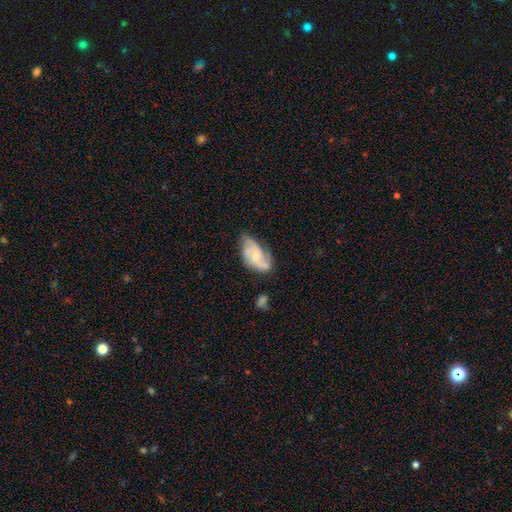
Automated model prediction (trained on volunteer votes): Morphology: type=featured or disk (73%); edge-on=no (96%); bar=no (67%); spiral arms=yes (93%); winding=medium (47%); arm count=2 (43%); bulge=small (56%); merging=none (52%).